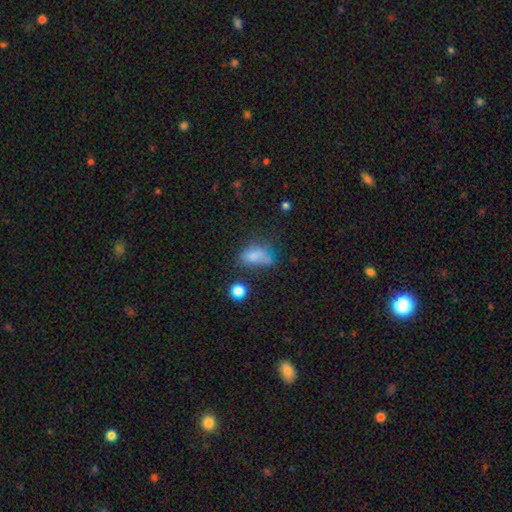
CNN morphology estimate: This is likely a smooth galaxy (68%). How rounded: clearly in between (81%). Merging: marginally none (33%).